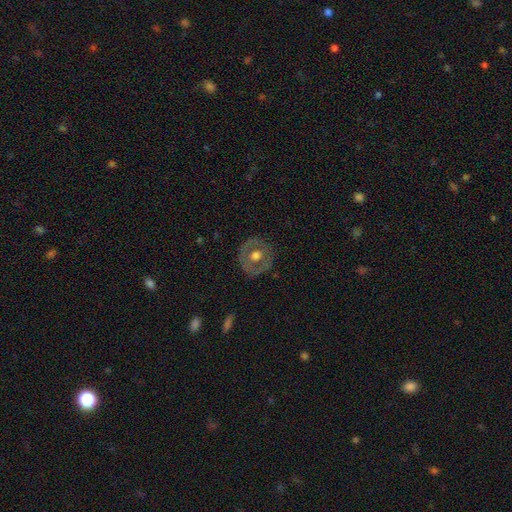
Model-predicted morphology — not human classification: Overall: featured or disk (51%; smooth 42%). Edge-on disk: no (94%). Merging: none (81%).